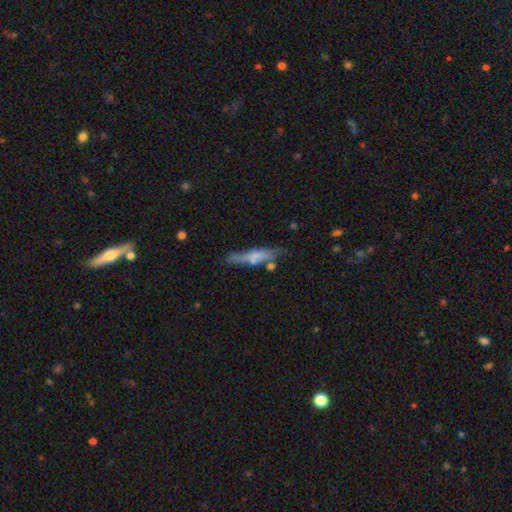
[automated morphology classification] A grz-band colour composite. It shows a smooth galaxy with no disk features (49%). Merging: none (64%).